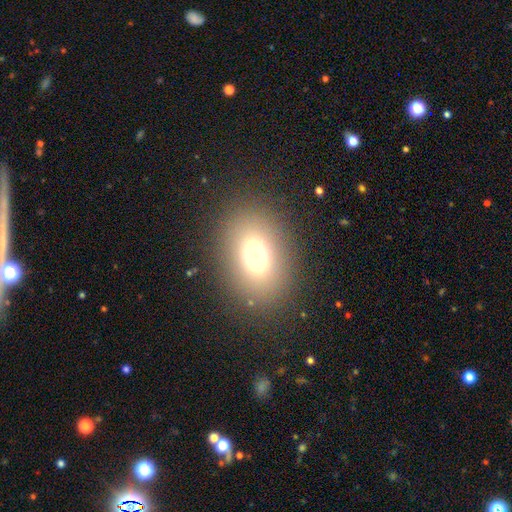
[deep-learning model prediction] Overall: smooth (75%). How rounded: in between (77%). Merging: none (86%).